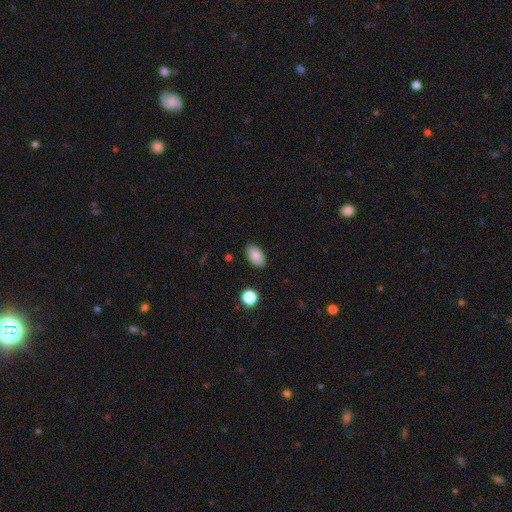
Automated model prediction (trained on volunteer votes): This appears to be a smooth galaxy with no disk features (86%) that is in between round and cigar-shaped (92%). Merging: none (86%).